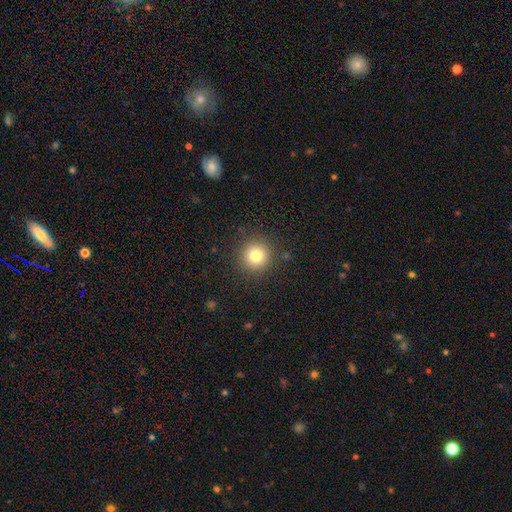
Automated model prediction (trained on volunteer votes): Smooth or featured: smooth — 78% (star or artifact — 13%)
How rounded: round — 95% (in between — 4%)
Merging: none — 90% (minor disturbance — 6%)